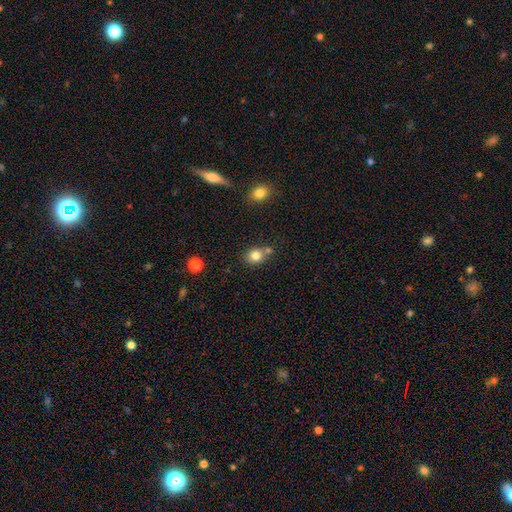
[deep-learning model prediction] smooth_or_featured: smooth (p=0.81) [alt: star or artifact p=0.11]
how_rounded: round (p=0.70) [alt: in between p=0.29]
merging: none (p=0.60) [alt: merger p=0.23]